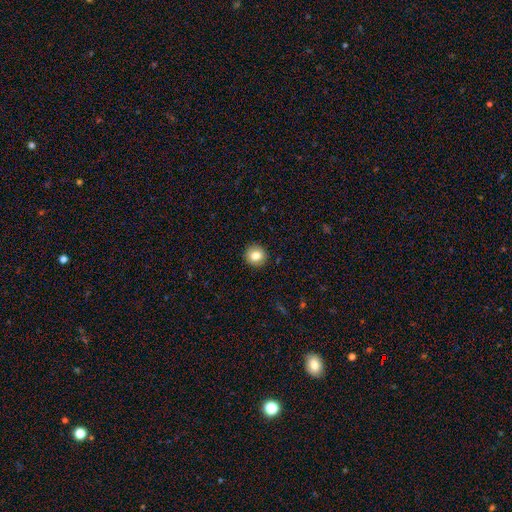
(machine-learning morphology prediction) A smooth galaxy with no disk features (83%) that is round (92%). Merging: none (92%).